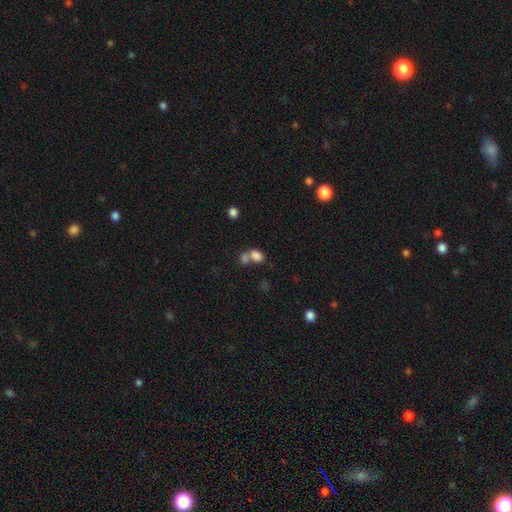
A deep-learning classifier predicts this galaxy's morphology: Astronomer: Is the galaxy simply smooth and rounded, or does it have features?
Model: smooth — 80%.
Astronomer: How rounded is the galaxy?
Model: in between — 72%.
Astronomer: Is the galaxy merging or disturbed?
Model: merger — 56%.